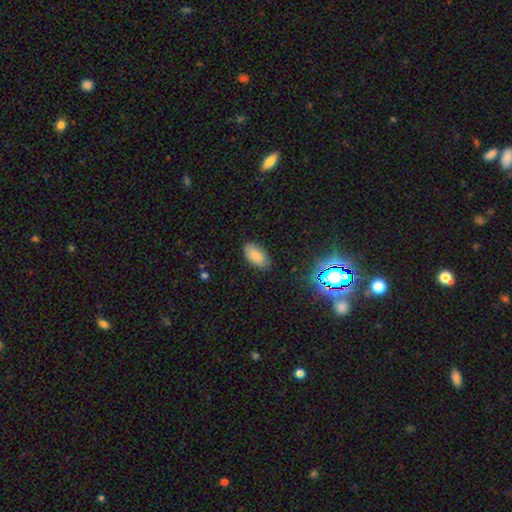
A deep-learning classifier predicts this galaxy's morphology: smooth 78%, featured or disk 12%, star or artifact 11%. Down the decision tree: how rounded — in between (94%); merging — none (84%).